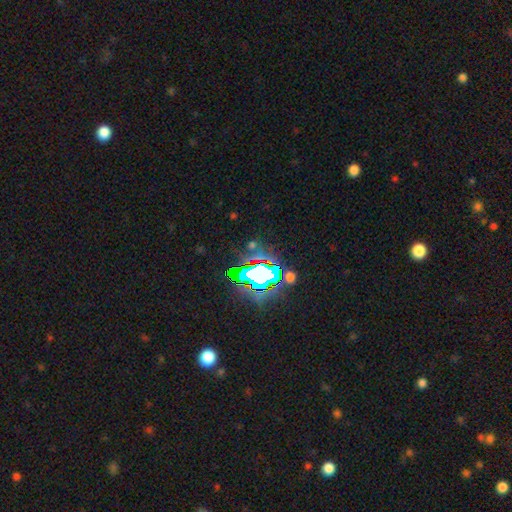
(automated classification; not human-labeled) Morphology: type=star or artifact (81%).